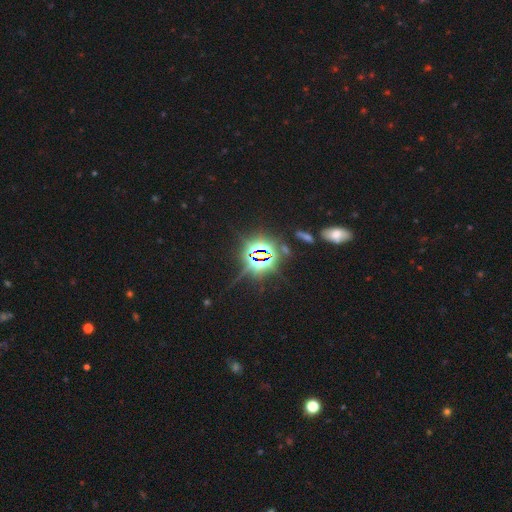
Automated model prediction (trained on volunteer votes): Smooth or featured: star or artifact — 83% (smooth — 9%)